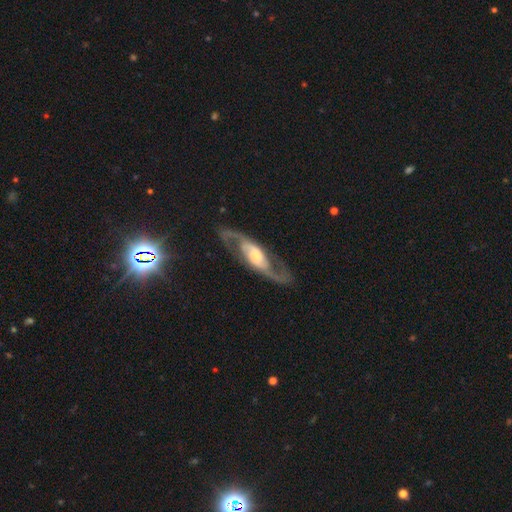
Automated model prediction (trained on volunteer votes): smooth_or_featured: featured or disk (p=0.88) [alt: smooth p=0.07]
disk_edge_on: no (p=0.90) [alt: yes p=0.10]
bar: no (p=0.47) [alt: weak p=0.33]
has_spiral_arms: yes (p=0.95) [alt: no p=0.05]
spiral_winding: medium (p=0.49) [alt: loose p=0.36]
spiral_arm_count: 2 (p=0.93) [alt: can't tell p=0.03]
bulge_size: moderate (p=0.49) [alt: small p=0.28]
merging: none (p=0.81) [alt: minor disturbance p=0.11]